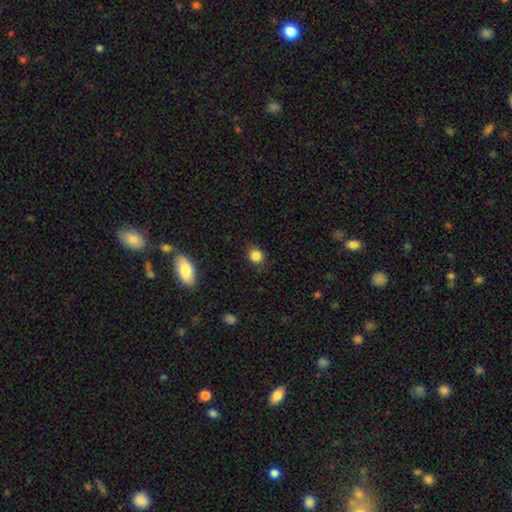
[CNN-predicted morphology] Smooth or featured? Predicted: smooth (p=0.84). How rounded? Predicted: round (p=0.73). Merging? Predicted: none (p=0.83).